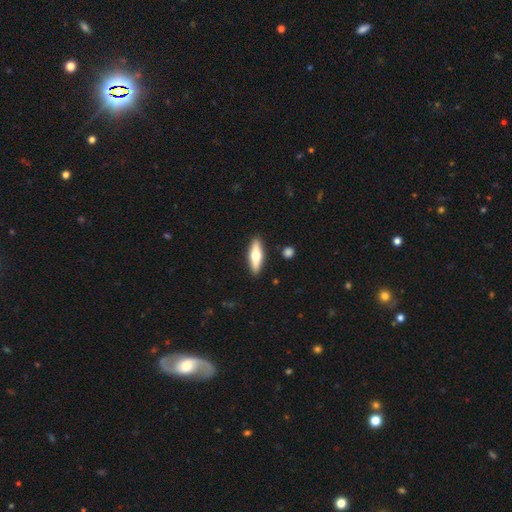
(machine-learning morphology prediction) Smooth or featured?
  - smooth: 51% *
  - featured or disk: 44%
  - star or artifact: 5%
How rounded?
  - cigar-shaped: 58% *
  - in between: 40%
  - round: 2%
Merging?
  - none: 89% *
  - minor disturbance: 7%
  - merger: 2%
  - major disturbance: 2%